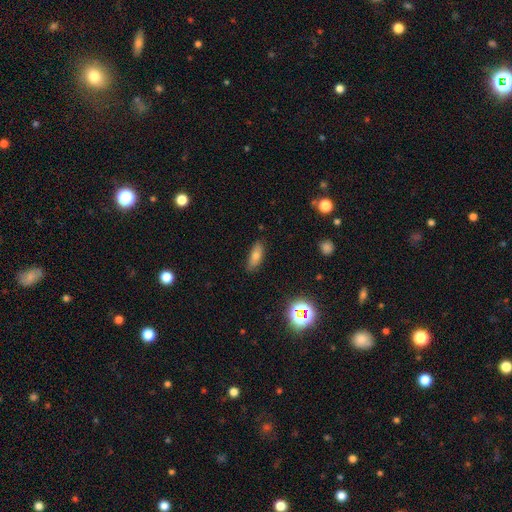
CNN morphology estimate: Smooth or featured: smooth — 69% (featured or disk — 18%)
How rounded: in between — 68% (cigar-shaped — 28%)
Merging: none — 83% (minor disturbance — 13%)